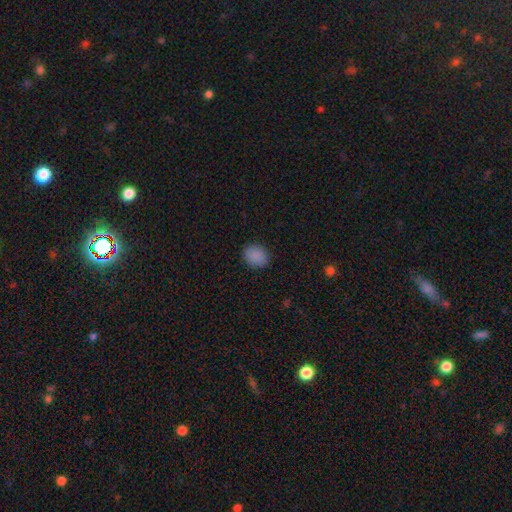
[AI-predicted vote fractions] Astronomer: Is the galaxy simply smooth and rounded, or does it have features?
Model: smooth — 87%.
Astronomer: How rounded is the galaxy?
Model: round — 61% (runner-up: in between, 38%).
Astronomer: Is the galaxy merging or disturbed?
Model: none — 88%.